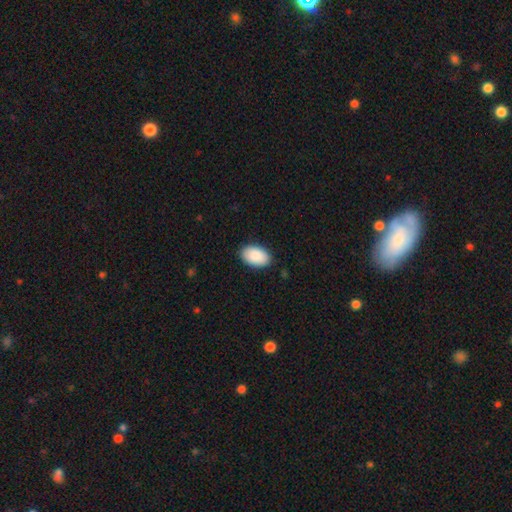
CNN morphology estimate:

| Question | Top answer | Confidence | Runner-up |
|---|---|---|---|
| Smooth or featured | smooth | 90% | star or artifact (6%) |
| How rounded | in between | 93% | round (6%) |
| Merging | none | 87% | minor disturbance (10%) |